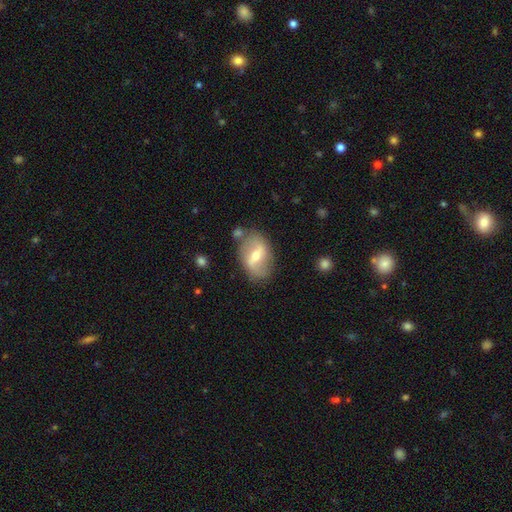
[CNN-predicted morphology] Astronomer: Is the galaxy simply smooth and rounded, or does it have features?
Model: featured or disk — 66%.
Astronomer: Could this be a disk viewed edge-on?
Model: no — 93%.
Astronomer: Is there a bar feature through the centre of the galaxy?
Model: strong — 47% (runner-up: weak, 40%).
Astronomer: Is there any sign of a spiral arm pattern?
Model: yes — 64%.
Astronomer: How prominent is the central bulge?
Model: moderate — 60%.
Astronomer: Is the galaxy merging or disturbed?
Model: none — 76%.